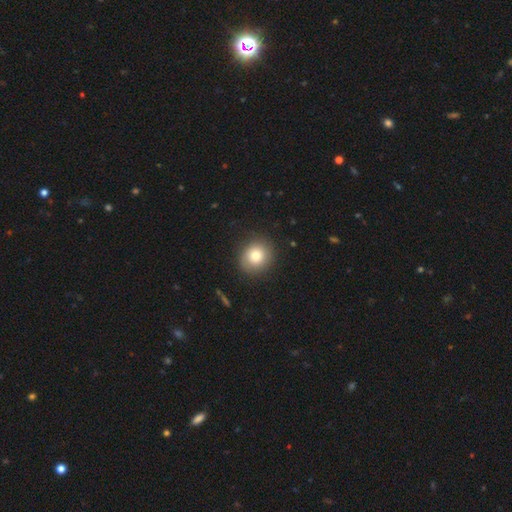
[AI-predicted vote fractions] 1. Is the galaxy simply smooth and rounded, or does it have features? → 78% smooth, 12% featured or disk, 10% star or artifact.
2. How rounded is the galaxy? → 83% round, 16% in between, 1% cigar-shaped.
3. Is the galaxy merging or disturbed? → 88% none, 9% minor disturbance, 3% major disturbance, 1% merger.